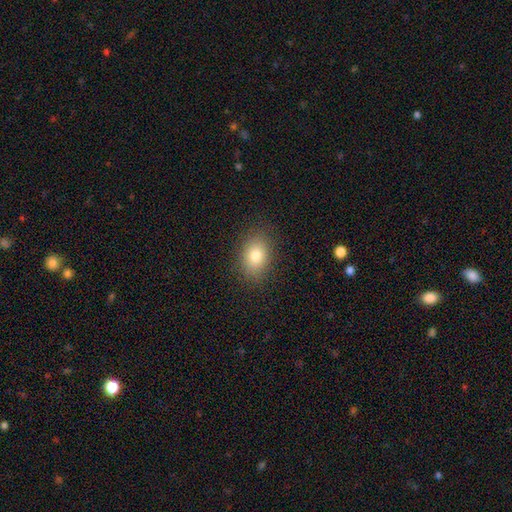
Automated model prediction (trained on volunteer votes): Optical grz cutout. It shows a smooth galaxy with no disk features (80%) that is in between round and cigar-shaped (78%). Merging: none (86%).